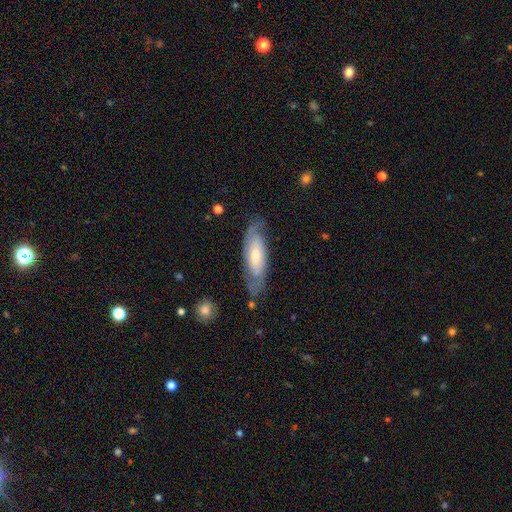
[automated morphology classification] A featured or disk galaxy (54%). Merging: none (71%).